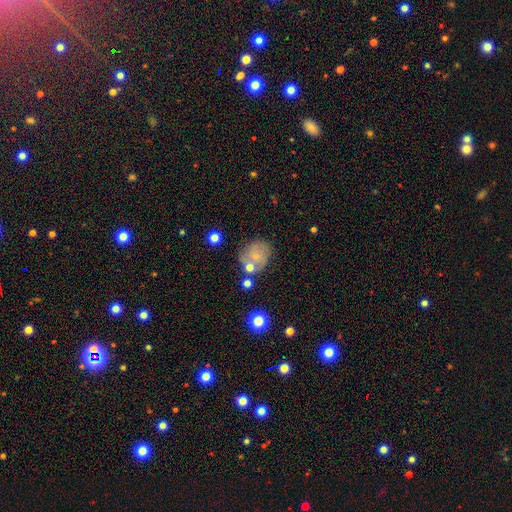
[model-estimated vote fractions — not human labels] The model was most divided on "smooth or featured": smooth: 58%, featured or disk: 31%, star or artifact: 11%. More confident: how rounded — round (64%); merging — none (59%).